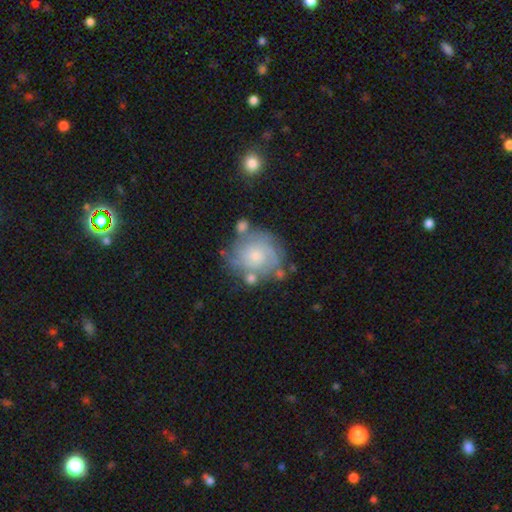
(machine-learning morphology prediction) This appears to be a featured or disk galaxy (67%) with no bar (79%), tight (63%) spiral arms (87%) and a small central bulge (56%). Merging: none (62%).